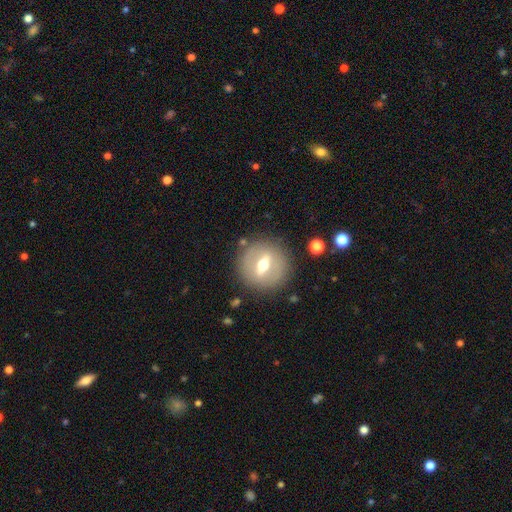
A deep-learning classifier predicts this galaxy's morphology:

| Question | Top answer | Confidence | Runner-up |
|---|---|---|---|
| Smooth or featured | featured or disk | 60% | smooth (32%) |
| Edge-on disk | no | 68% | yes (32%) |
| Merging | none | 85% | minor disturbance (9%) |